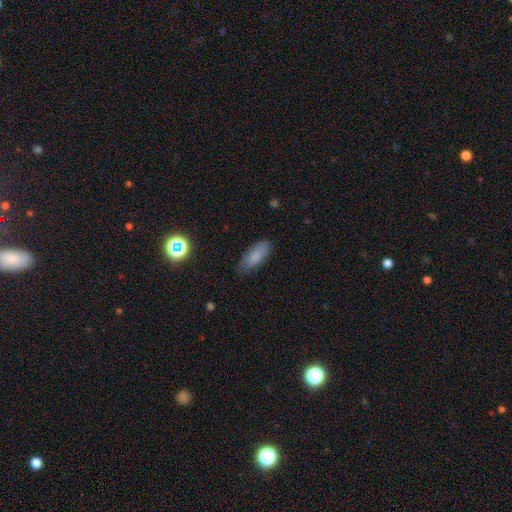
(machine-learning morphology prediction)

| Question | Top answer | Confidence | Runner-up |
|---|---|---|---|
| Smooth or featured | smooth | 81% | featured or disk (10%) |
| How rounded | in between | 80% | cigar-shaped (18%) |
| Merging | none | 73% | minor disturbance (22%) |